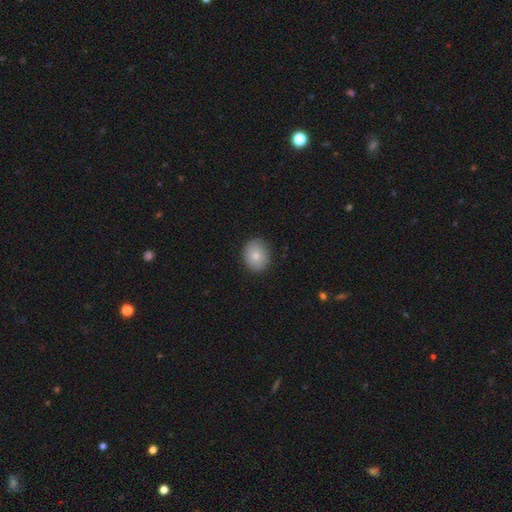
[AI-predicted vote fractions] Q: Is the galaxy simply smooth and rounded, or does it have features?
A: smooth — 81%.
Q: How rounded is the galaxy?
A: round — 58%.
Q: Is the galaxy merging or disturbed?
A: none — 87%.